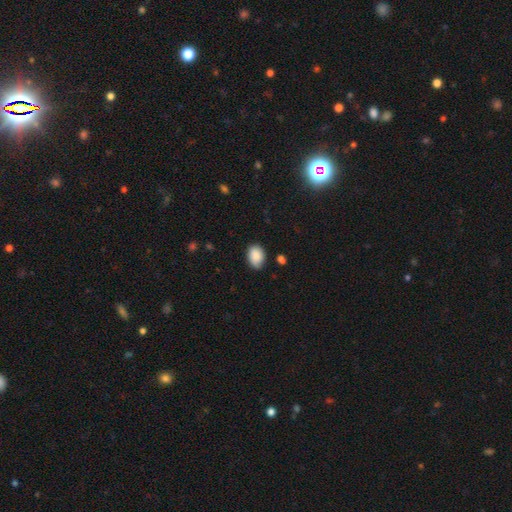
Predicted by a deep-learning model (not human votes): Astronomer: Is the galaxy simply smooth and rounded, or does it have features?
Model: smooth — 85%.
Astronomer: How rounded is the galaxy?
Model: in between — 79%.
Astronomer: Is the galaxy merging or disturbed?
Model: none — 73%.